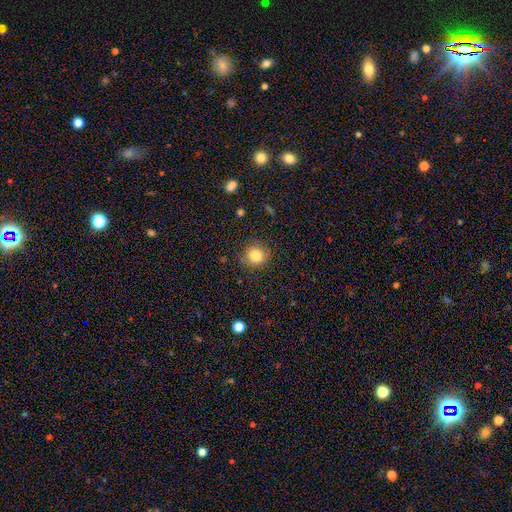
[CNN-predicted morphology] smooth 81%, star or artifact 12%, featured or disk 7%. Down the decision tree: how rounded — round (88%); merging — none (85%).